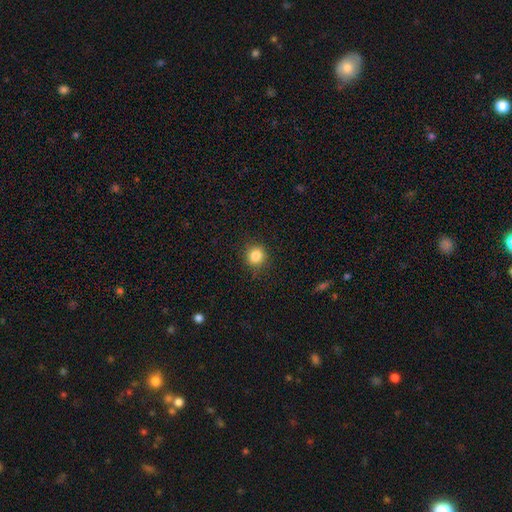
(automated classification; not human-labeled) This is clearly a smooth galaxy (85%). How rounded: clearly round (90%). Merging: clearly none (89%).